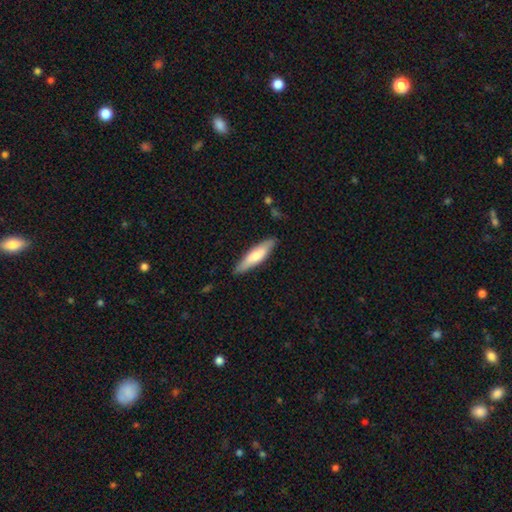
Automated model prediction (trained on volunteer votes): Smooth or featured?
  - smooth: 69% *
  - featured or disk: 26%
  - star or artifact: 5%
How rounded?
  - cigar-shaped: 74% *
  - in between: 25%
  - round: 1%
Merging?
  - none: 86% *
  - minor disturbance: 11%
  - major disturbance: 2%
  - merger: 1%